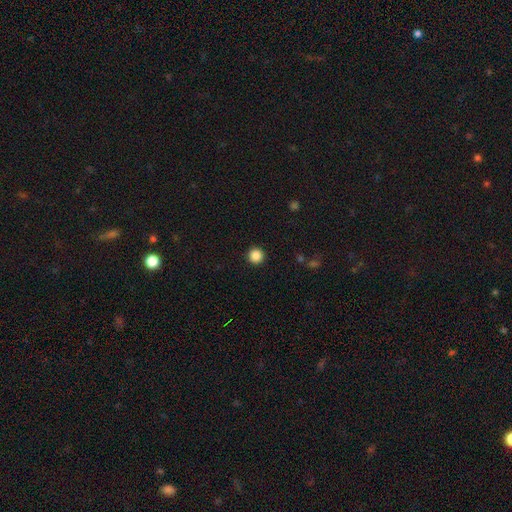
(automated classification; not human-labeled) Q: Smooth or featured?
A: smooth (87%); runner-up: star or artifact (10%)
Q: How rounded?
A: round (96%); runner-up: in between (3%)
Q: Merging?
A: none (93%); runner-up: minor disturbance (5%)